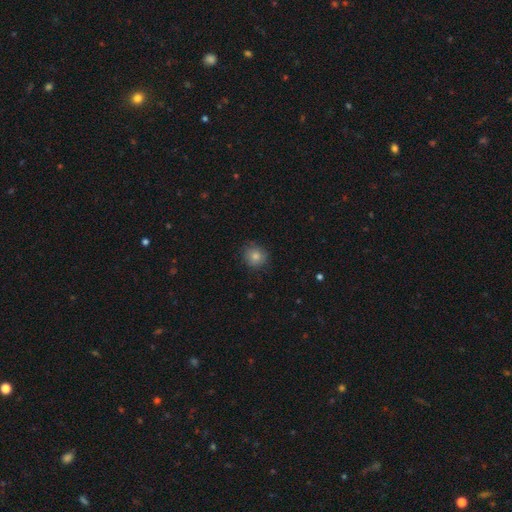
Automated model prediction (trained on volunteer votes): Smooth or featured: smooth — 79% (star or artifact — 13%)
How rounded: round — 89% (in between — 10%)
Merging: none — 85% (minor disturbance — 11%)